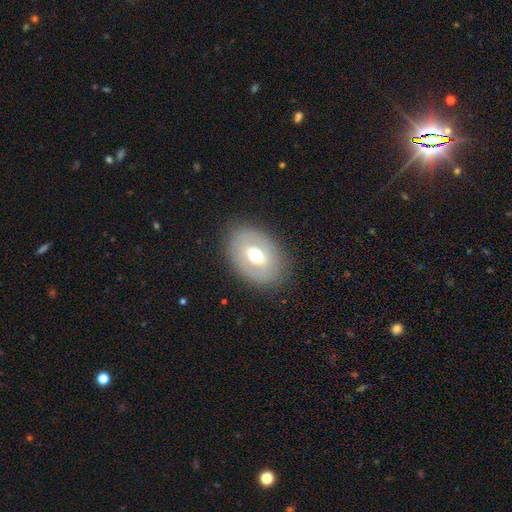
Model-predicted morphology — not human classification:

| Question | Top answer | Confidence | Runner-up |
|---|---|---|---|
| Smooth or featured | smooth | 52% | featured or disk (39%) |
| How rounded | in between | 75% | round (24%) |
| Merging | none | 82% | minor disturbance (12%) |